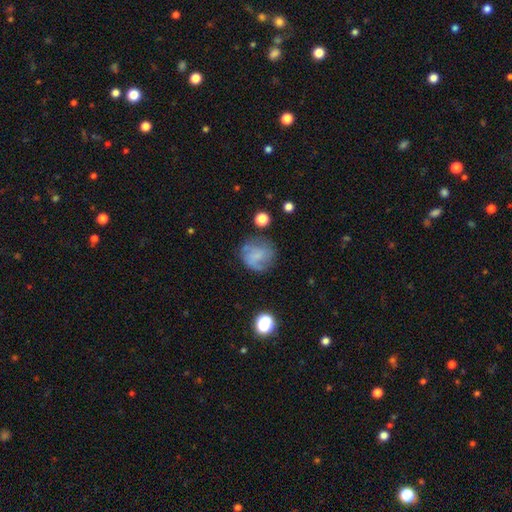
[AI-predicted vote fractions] A smooth galaxy with no disk features (47%).

Vote fractions:
- Smooth or featured? smooth: 47% / featured or disk: 42% / star or artifact: 11%
- Merging? none: 63% / minor disturbance: 21% / major disturbance: 14% / merger: 3%